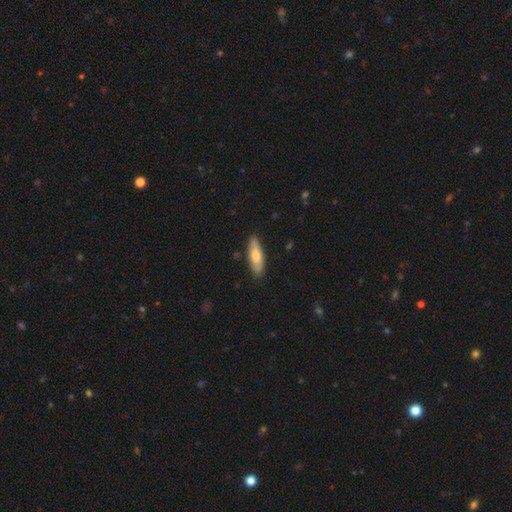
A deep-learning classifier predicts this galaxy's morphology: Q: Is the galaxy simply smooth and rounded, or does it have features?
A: smooth — 70%.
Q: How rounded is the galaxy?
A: cigar-shaped — 52%.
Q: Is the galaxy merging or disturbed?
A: none — 86%.